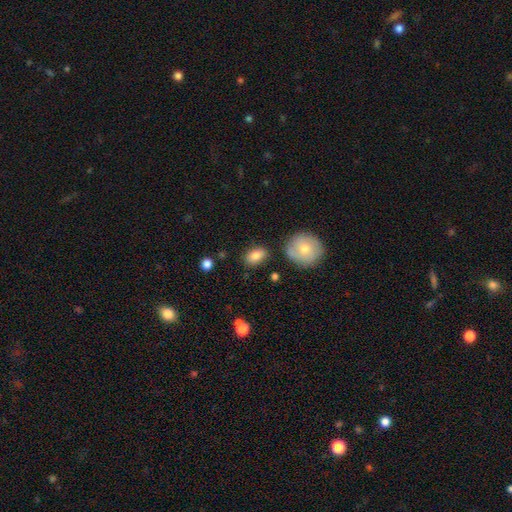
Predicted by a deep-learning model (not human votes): The model was most divided on "merging": none: 81%, minor disturbance: 12%, merger: 4%, major disturbance: 3%. More confident: how rounded — in between (85%); smooth or featured — smooth (84%).